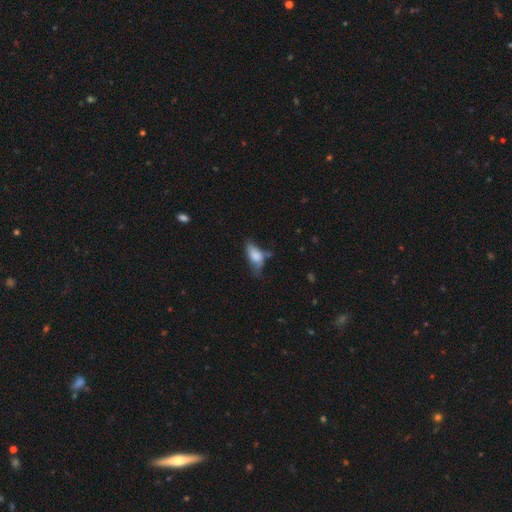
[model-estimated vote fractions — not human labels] A smooth galaxy with no disk features (73%) that is in between round and cigar-shaped (86%).

Vote fractions:
- Smooth or featured? smooth: 73% / featured or disk: 19% / star or artifact: 8%
- How rounded? in between: 86% / cigar-shaped: 9% / round: 5%
- Merging? minor disturbance: 36% / none: 33% / major disturbance: 23% / merger: 8%